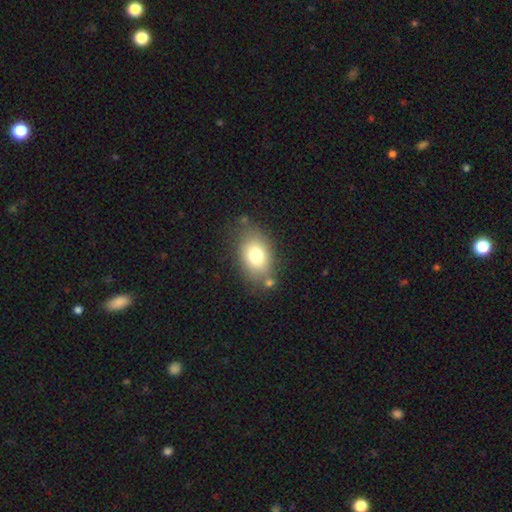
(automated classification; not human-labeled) This is likely a smooth galaxy (77%). How rounded: likely in between (80%). Merging: likely none (71%).